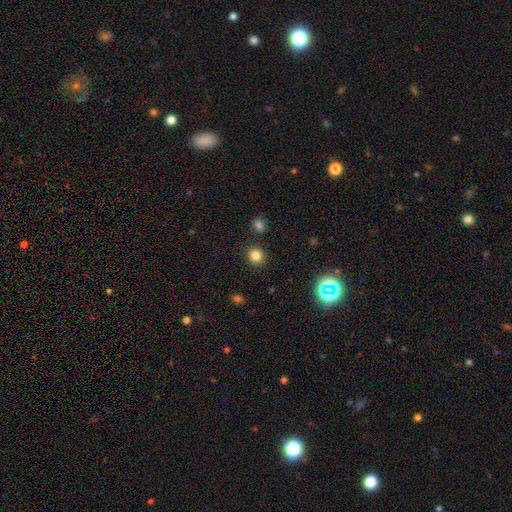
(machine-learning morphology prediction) The model was most divided on "smooth or featured": smooth: 81%, star or artifact: 14%, featured or disk: 5%. More confident: how rounded — round (89%); merging — none (88%).